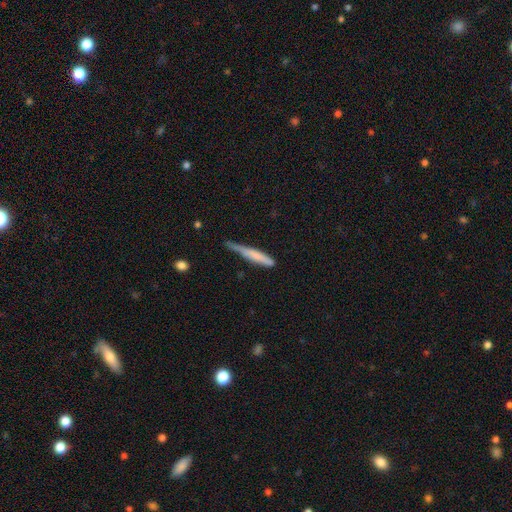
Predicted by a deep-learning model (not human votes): Smooth or featured: smooth — 65% (featured or disk — 29%)
How rounded: cigar-shaped — 93% (in between — 6%)
Merging: none — 45% (minor disturbance — 39%)